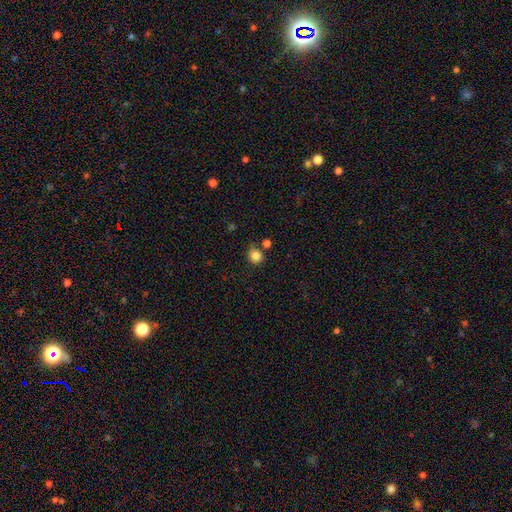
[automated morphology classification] type=smooth (84%); roundness=round (84%); merging=none (68%).